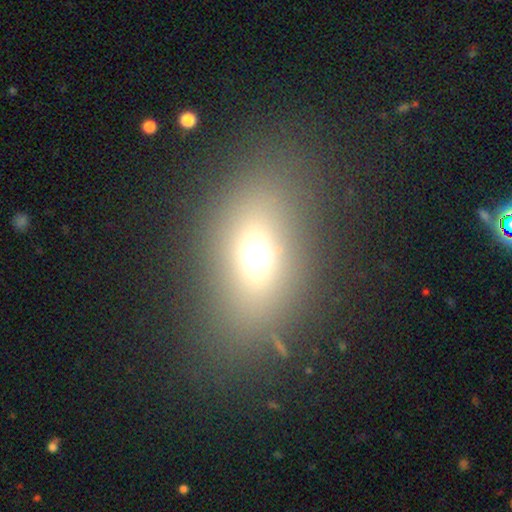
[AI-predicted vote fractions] Smooth or featured?
  - smooth: 63% *
  - star or artifact: 20%
  - featured or disk: 17%
How rounded?
  - in between: 75% *
  - round: 20%
  - cigar-shaped: 5%
Merging?
  - none: 83% *
  - minor disturbance: 9%
  - major disturbance: 6%
  - merger: 2%